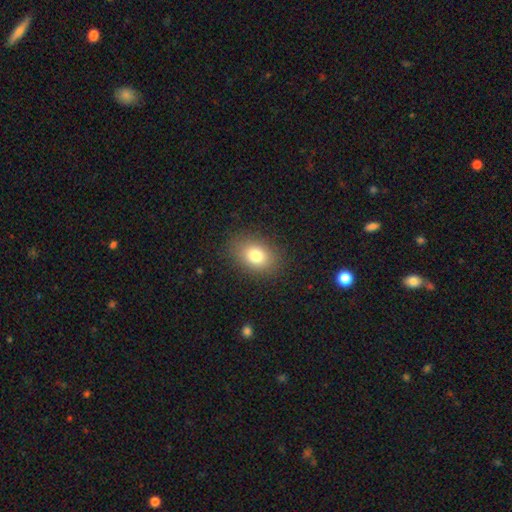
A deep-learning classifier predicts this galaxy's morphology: The model was most divided on "how rounded": in between: 76%, round: 23%, cigar-shaped: 1%. More confident: merging — none (86%); smooth or featured — smooth (80%).